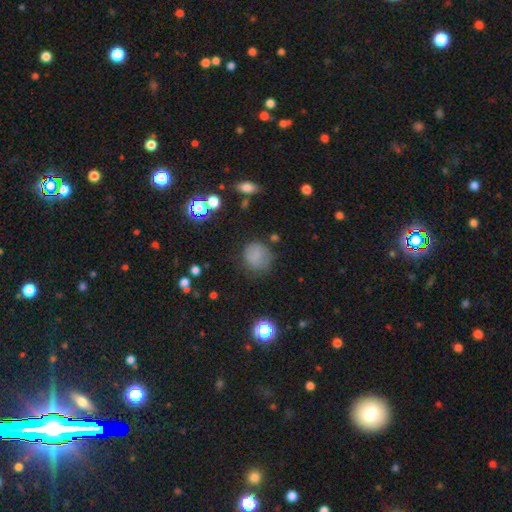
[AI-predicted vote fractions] A smooth galaxy with no disk features (77%) that is round (84%).

Vote fractions:
- Smooth or featured? smooth: 77% / star or artifact: 14% / featured or disk: 9%
- How rounded? round: 84% / in between: 15% / cigar-shaped: 1%
- Merging? none: 66% / minor disturbance: 22% / major disturbance: 10% / merger: 2%